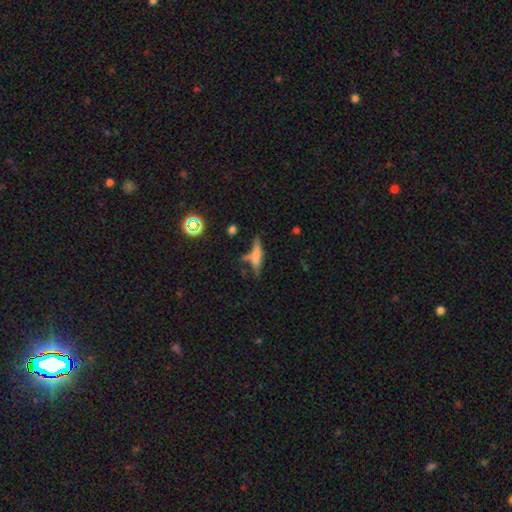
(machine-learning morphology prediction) The model was most divided on "merging": none: 45%, minor disturbance: 22%, merger: 19%, major disturbance: 15%. More confident: how rounded — cigar-shaped (72%); smooth or featured — smooth (60%).